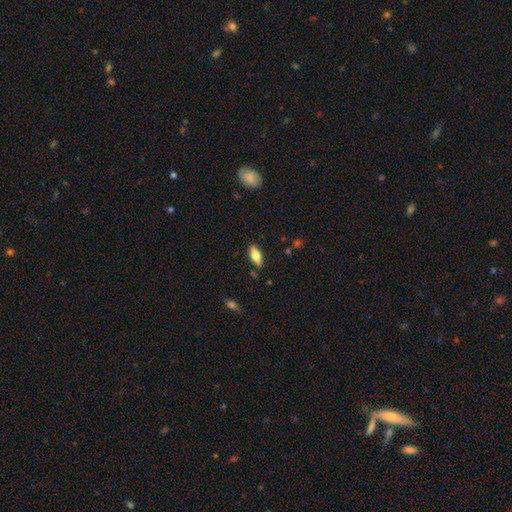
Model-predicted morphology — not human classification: This appears to be a smooth galaxy with no disk features (73%) that is in between round and cigar-shaped (79%). Merging: none (86%).